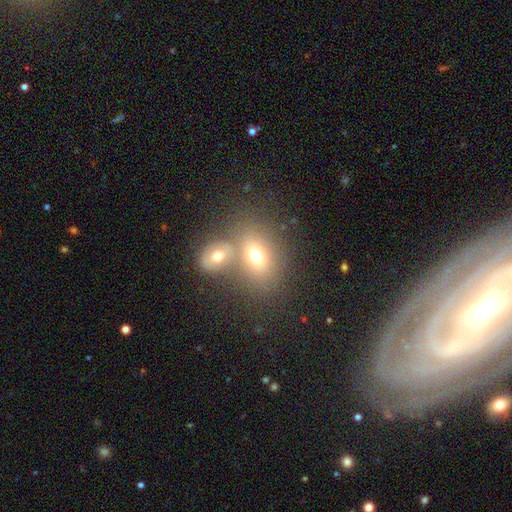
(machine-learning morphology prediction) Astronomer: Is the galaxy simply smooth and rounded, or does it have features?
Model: smooth — 69%.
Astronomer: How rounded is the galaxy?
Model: in between — 71%.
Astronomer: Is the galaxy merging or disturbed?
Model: none — 44% (runner-up: merger, 41%).